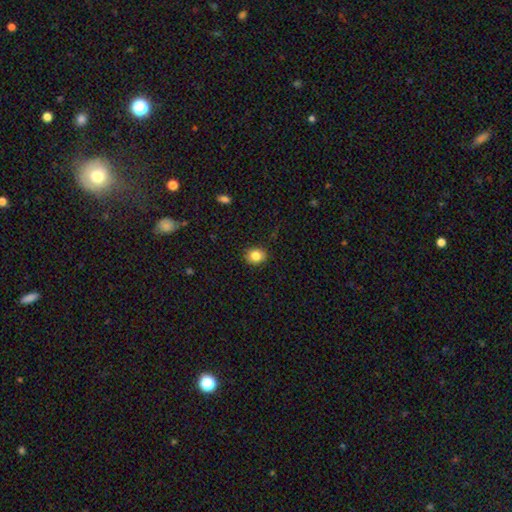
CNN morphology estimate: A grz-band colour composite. It shows a smooth galaxy with no disk features (84%) that is round (59%). Merging: none (89%).